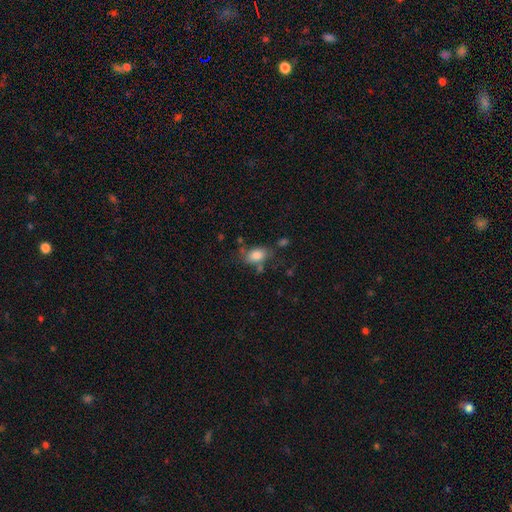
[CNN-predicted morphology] The model was most divided on "merging": none: 60%, minor disturbance: 21%, merger: 10%, major disturbance: 9%. More confident: how rounded — in between (85%); smooth or featured — smooth (80%).